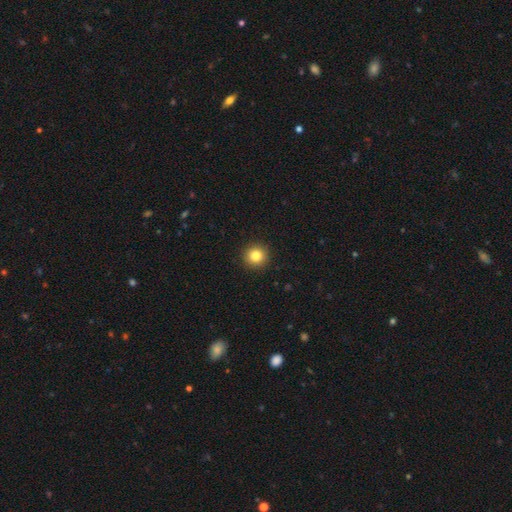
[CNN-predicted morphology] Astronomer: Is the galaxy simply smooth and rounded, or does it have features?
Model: smooth — 83%.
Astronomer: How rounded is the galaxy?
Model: round — 95%.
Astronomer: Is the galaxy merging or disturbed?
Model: none — 93%.